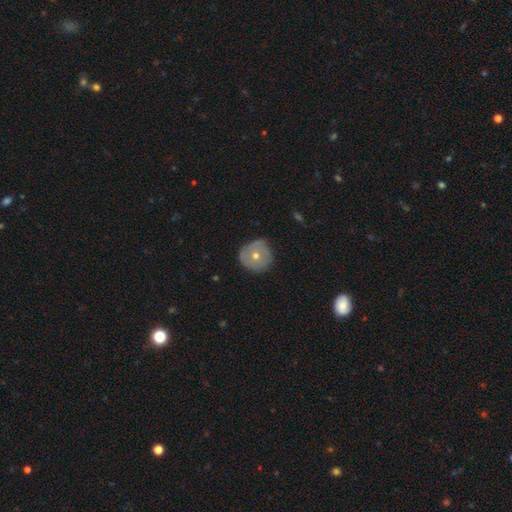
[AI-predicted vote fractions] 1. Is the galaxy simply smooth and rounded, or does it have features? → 52% smooth, 40% featured or disk, 9% star or artifact.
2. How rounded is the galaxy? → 94% round, 5% in between, 1% cigar-shaped.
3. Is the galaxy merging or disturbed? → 80% none, 16% minor disturbance, 3% major disturbance, 1% merger.